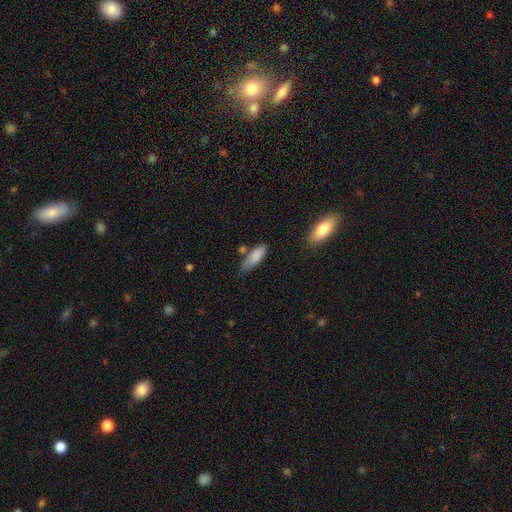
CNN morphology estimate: The model was most divided on "how rounded": in between: 60%, cigar-shaped: 38%, round: 2%. More confident: smooth or featured — smooth (84%); merging — none (53%).